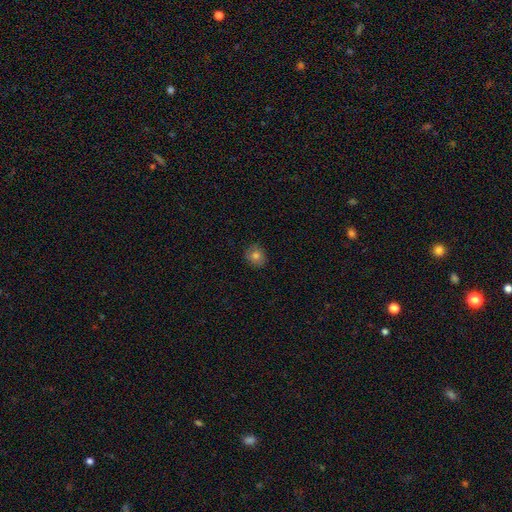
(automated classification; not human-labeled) A smooth galaxy with no disk features (79%) that is round (75%).

Vote fractions:
- Smooth or featured? smooth: 79% / star or artifact: 11% / featured or disk: 10%
- How rounded? round: 75% / in between: 24% / cigar-shaped: 1%
- Merging? none: 83% / minor disturbance: 14% / major disturbance: 2% / merger: 1%